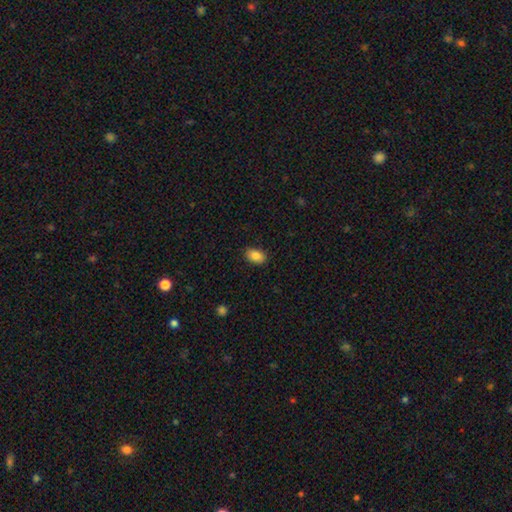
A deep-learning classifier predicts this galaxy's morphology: Smooth or featured: smooth — 87% (star or artifact — 8%)
How rounded: in between — 86% (round — 13%)
Merging: none — 88% (minor disturbance — 9%)